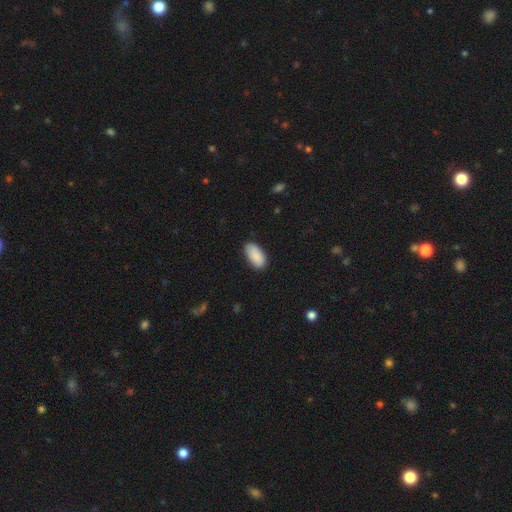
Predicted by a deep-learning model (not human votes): smooth 89%, star or artifact 6%, featured or disk 4%. Down the decision tree: how rounded — in between (94%); merging — none (81%).